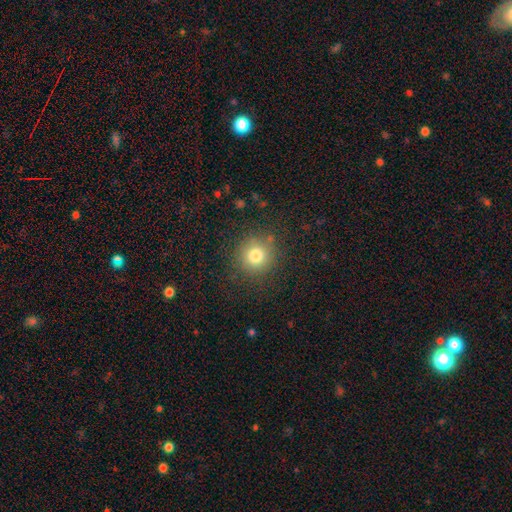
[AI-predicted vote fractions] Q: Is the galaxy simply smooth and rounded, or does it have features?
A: smooth — 78%.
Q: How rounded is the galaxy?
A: round — 93%.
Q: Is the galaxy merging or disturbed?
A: none — 86%.